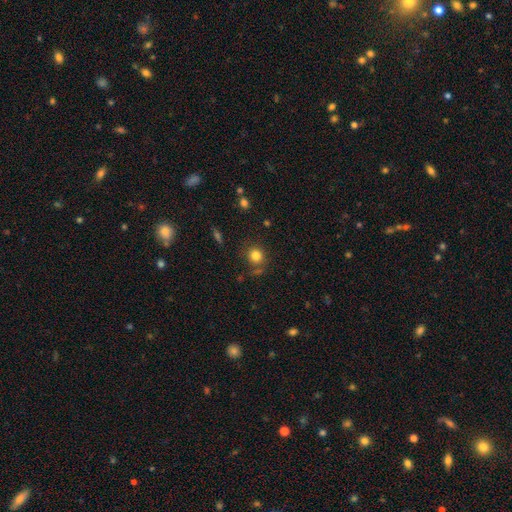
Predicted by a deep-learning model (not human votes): A smooth galaxy with no disk features (81%) that is round (88%). Merging: none (77%).